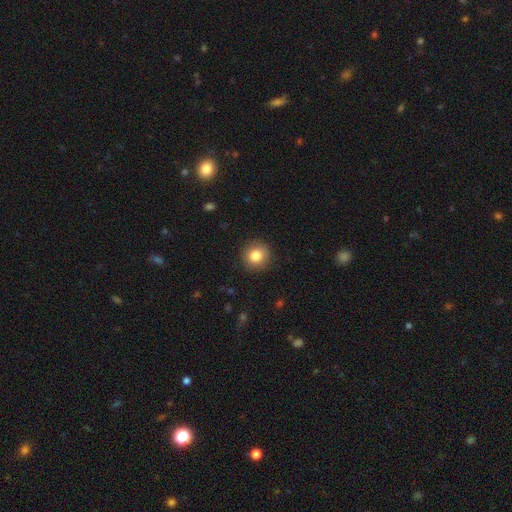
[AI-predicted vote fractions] This is clearly a smooth galaxy (83%). How rounded: clearly round (91%). Merging: clearly none (90%).